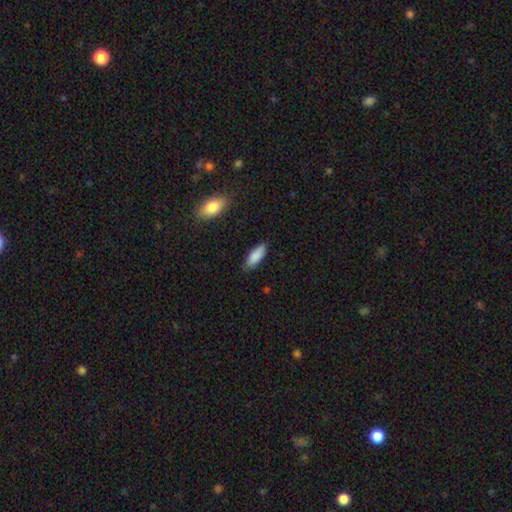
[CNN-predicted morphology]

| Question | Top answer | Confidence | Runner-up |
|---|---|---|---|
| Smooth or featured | smooth | 88% | star or artifact (6%) |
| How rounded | in between | 72% | cigar-shaped (26%) |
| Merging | none | 82% | minor disturbance (14%) |